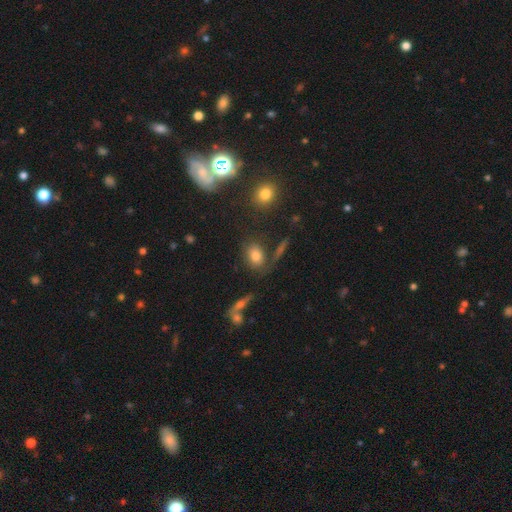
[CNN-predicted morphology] Smooth or featured?
  - smooth: 77% *
  - star or artifact: 12%
  - featured or disk: 11%
How rounded?
  - in between: 66% *
  - round: 31%
  - cigar-shaped: 3%
Merging?
  - none: 68% *
  - minor disturbance: 14%
  - merger: 11%
  - major disturbance: 7%